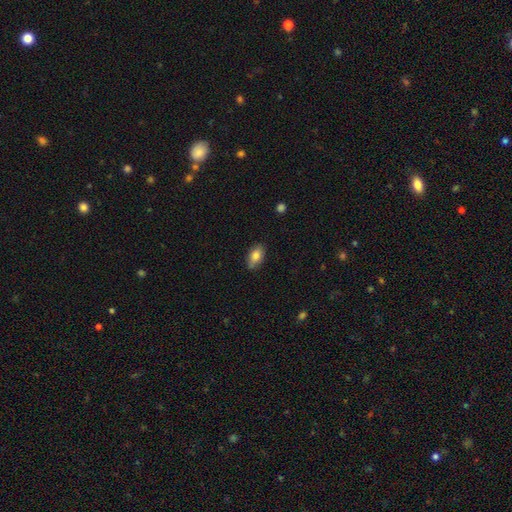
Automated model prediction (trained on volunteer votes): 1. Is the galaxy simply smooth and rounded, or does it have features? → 81% smooth, 12% featured or disk, 7% star or artifact.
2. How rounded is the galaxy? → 91% in between, 6% round, 3% cigar-shaped.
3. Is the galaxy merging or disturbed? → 79% none, 17% minor disturbance, 3% major disturbance, 1% merger.